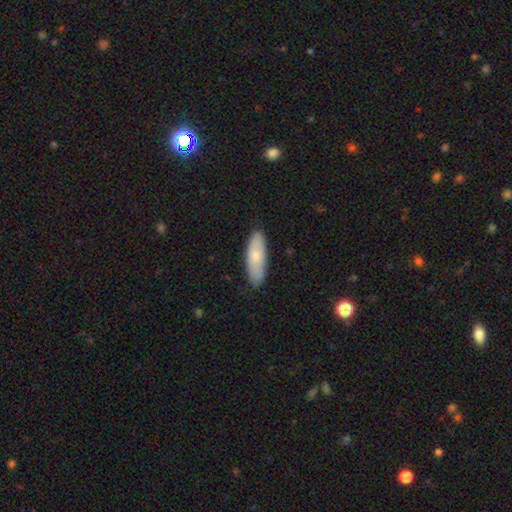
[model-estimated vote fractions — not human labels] smooth-or-featured: smooth: 75% | featured or disk: 19% | star or artifact: 6%
  how-rounded: in between: 61% | cigar-shaped: 37% | round: 2%
  merging: none: 86% | minor disturbance: 11% | major disturbance: 2% | merger: 1%